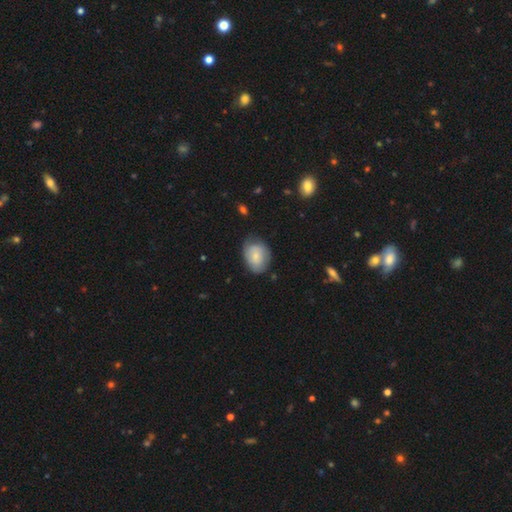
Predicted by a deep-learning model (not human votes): Smooth or featured: smooth — 70% (featured or disk — 23%)
How rounded: in between — 71% (round — 28%)
Merging: none — 66% (minor disturbance — 26%)